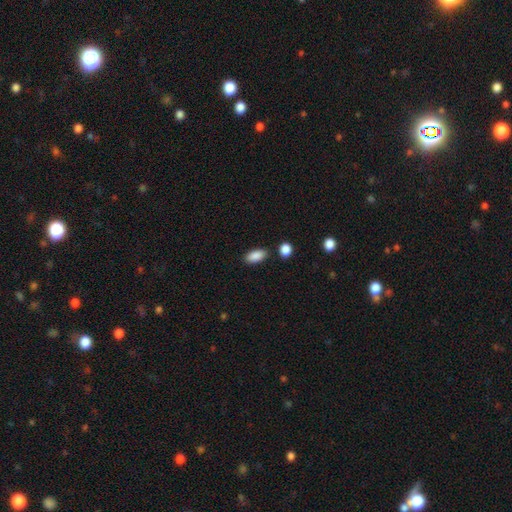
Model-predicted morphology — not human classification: Overall: smooth (89%). How rounded: in between (91%). Merging: none (83%).